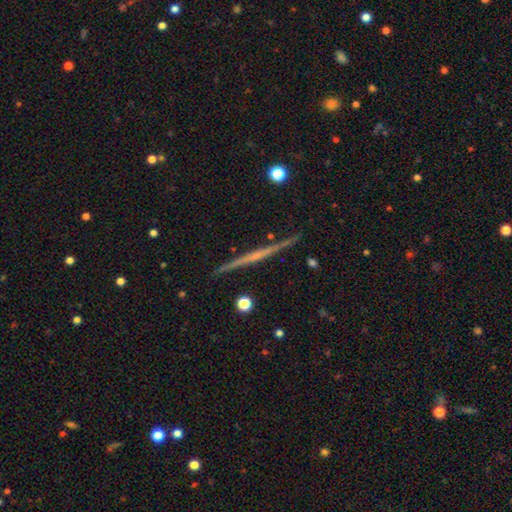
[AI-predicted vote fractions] This appears to be a featured or disk galaxy (74%) viewed edge-on (98%) with no central bulge (66%). Merging: none (90%).